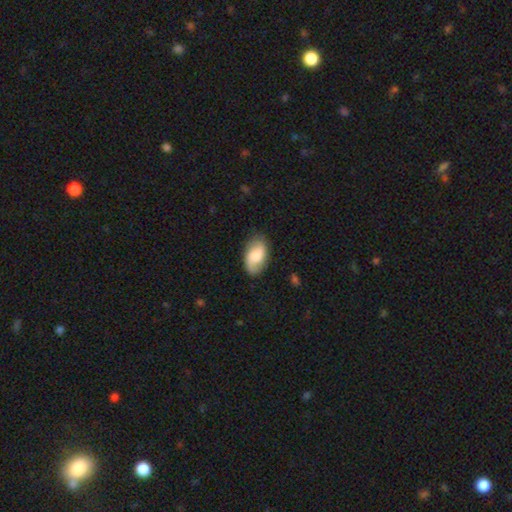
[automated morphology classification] A smooth galaxy with no disk features (54%) that is in between round and cigar-shaped (93%).

Vote fractions:
- Smooth or featured? smooth: 54% / featured or disk: 40% / star or artifact: 7%
- How rounded? in between: 93% / round: 5% / cigar-shaped: 2%
- Merging? none: 80% / minor disturbance: 15% / major disturbance: 4% / merger: 1%